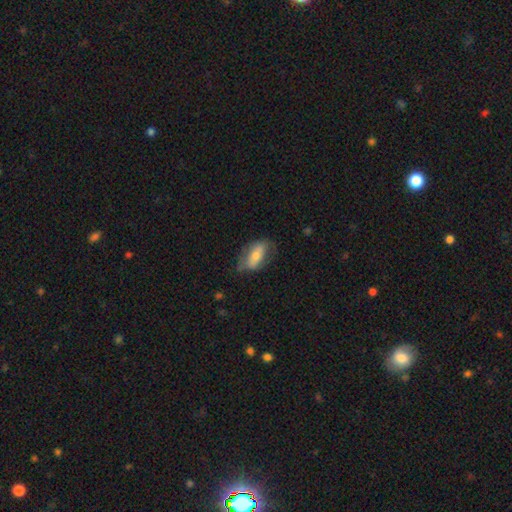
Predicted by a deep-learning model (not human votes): A smooth galaxy with no disk features (57%) that is in between round and cigar-shaped (85%). Merging: none (61%).